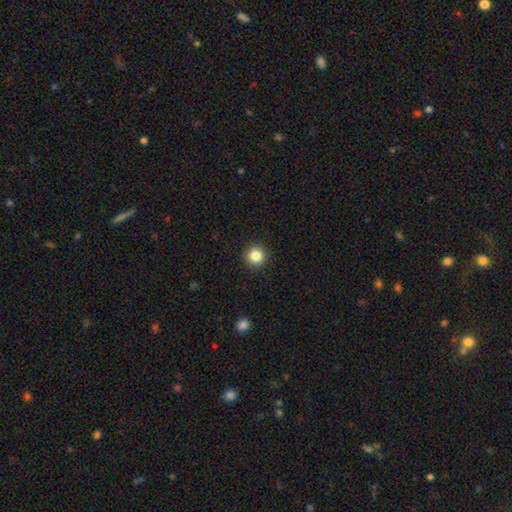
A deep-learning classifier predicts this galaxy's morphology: A smooth galaxy with no disk features (85%) that is round (95%).

Vote fractions:
- Smooth or featured? smooth: 85% / star or artifact: 11% / featured or disk: 5%
- How rounded? round: 95% / in between: 4% / cigar-shaped: 1%
- Merging? none: 93% / minor disturbance: 5% / major disturbance: 2% / merger: 1%